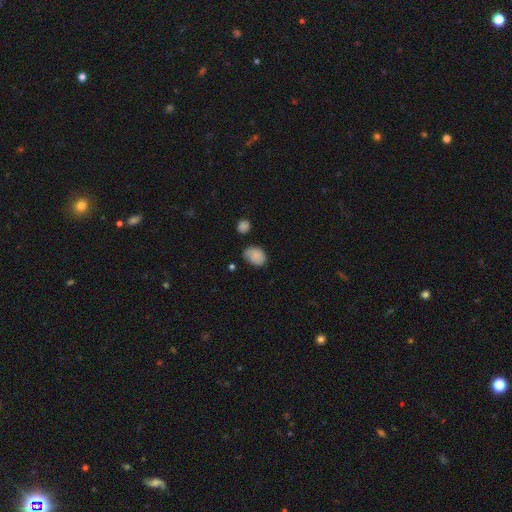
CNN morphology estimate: The model was most divided on "merging": none: 59%, minor disturbance: 30%, major disturbance: 7%, merger: 4%. More confident: smooth or featured — smooth (82%); how rounded — in between (68%).